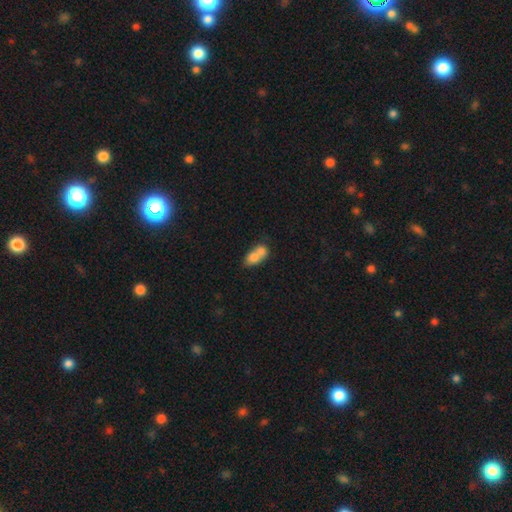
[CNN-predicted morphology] smooth_or_featured: smooth (p=0.71) [alt: featured or disk p=0.21]
how_rounded: in between (p=0.72) [alt: round p=0.24]
merging: merger (p=0.68) [alt: none p=0.20]